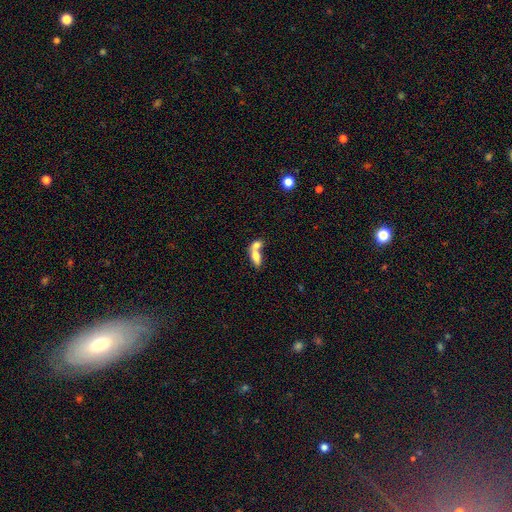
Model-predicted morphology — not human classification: smooth_or_featured: smooth (p=0.71) [alt: featured or disk p=0.21]
how_rounded: in between (p=0.77) [alt: cigar-shaped p=0.15]
merging: merger (p=0.71) [alt: none p=0.19]